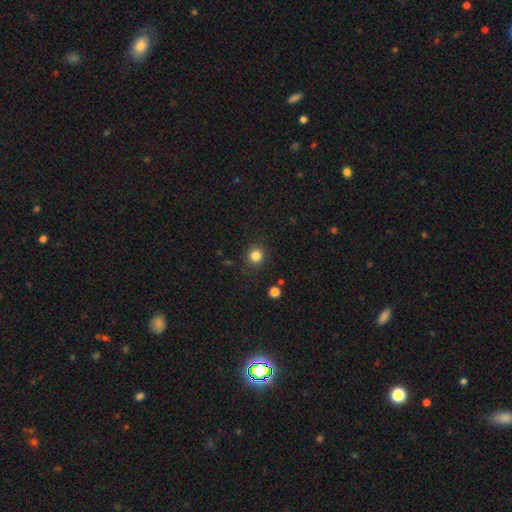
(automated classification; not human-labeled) This is clearly a smooth galaxy (83%). How rounded: clearly round (89%). Merging: clearly none (88%).